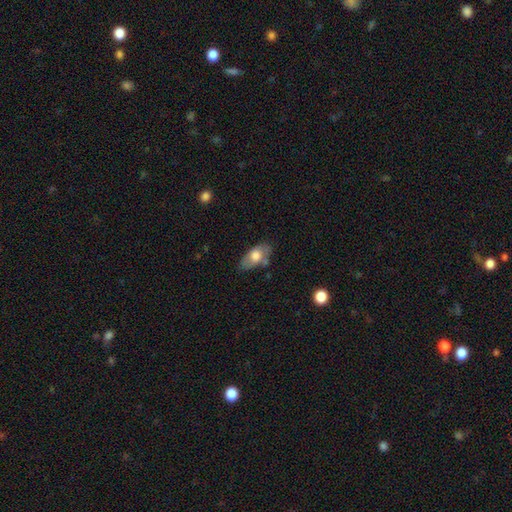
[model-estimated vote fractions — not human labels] A smooth galaxy with no disk features (65%) that is in between round and cigar-shaped (91%).

Vote fractions:
- Smooth or featured? smooth: 65% / featured or disk: 29% / star or artifact: 6%
- How rounded? in between: 91% / cigar-shaped: 5% / round: 4%
- Merging? none: 68% / minor disturbance: 22% / merger: 6% / major disturbance: 5%